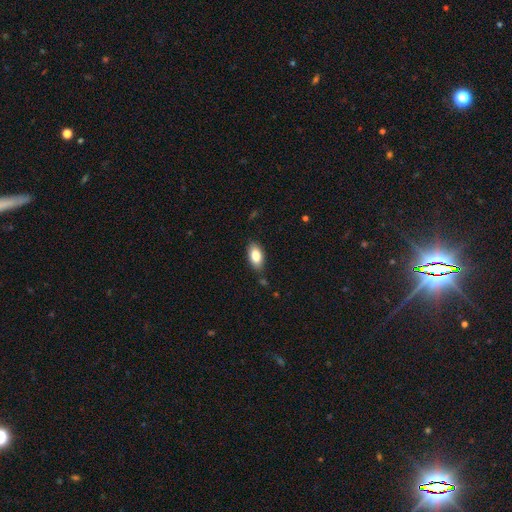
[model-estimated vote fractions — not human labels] Smooth or featured?
  - smooth: 83% *
  - featured or disk: 9%
  - star or artifact: 7%
How rounded?
  - in between: 92% *
  - round: 5%
  - cigar-shaped: 4%
Merging?
  - none: 81% *
  - minor disturbance: 14%
  - major disturbance: 3%
  - merger: 2%